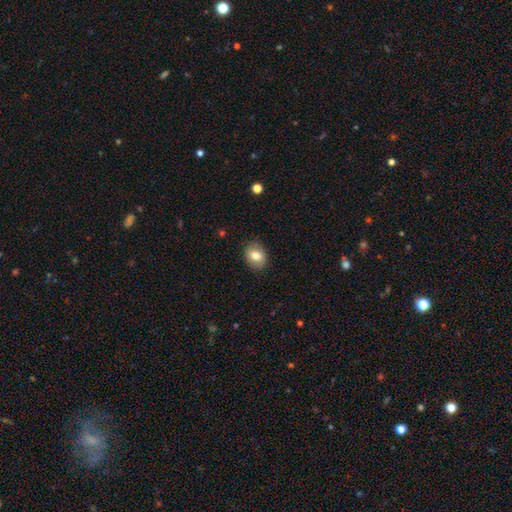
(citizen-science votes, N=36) This is clearly a smooth galaxy (86%). How rounded: likely in between (61%). Merging: clearly none (82%).